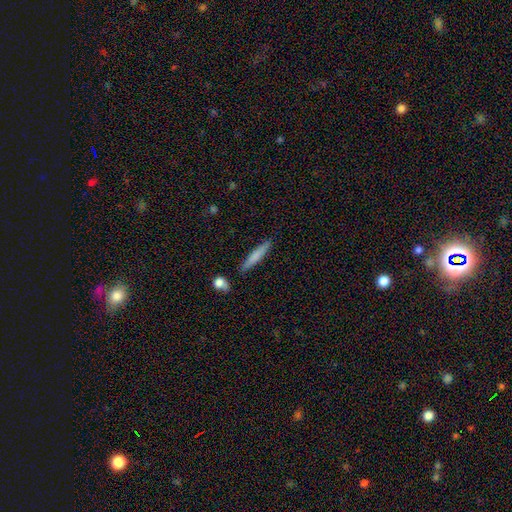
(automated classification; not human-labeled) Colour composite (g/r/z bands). It shows a smooth galaxy with no disk features (71%) that is cigar-shaped (92%). Merging: none (86%).